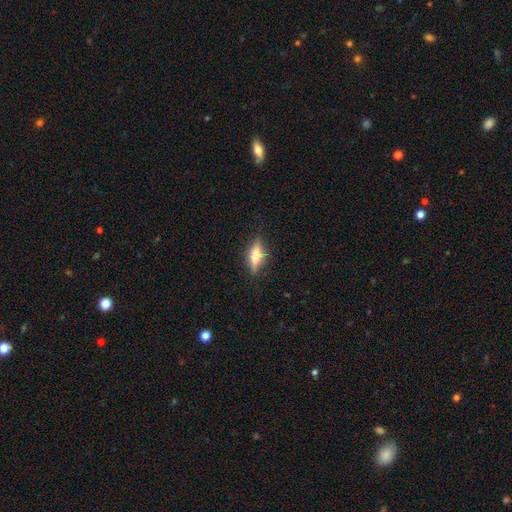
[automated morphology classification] Smooth or featured? Predicted: featured or disk (p=0.50). Merging? Predicted: none (p=0.84).